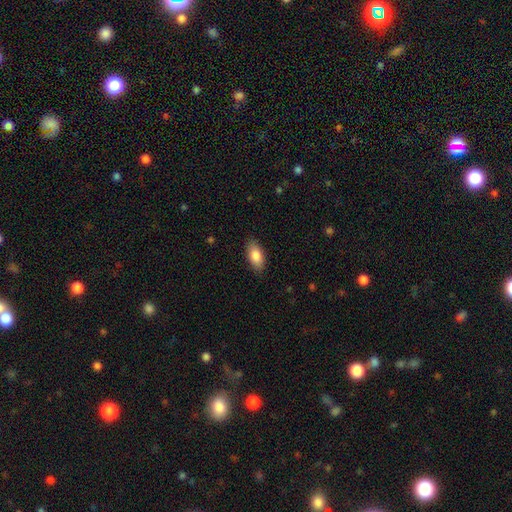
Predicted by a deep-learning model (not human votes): This appears to be a smooth galaxy with no disk features (85%) that is in between round and cigar-shaped (91%). Merging: none (86%).